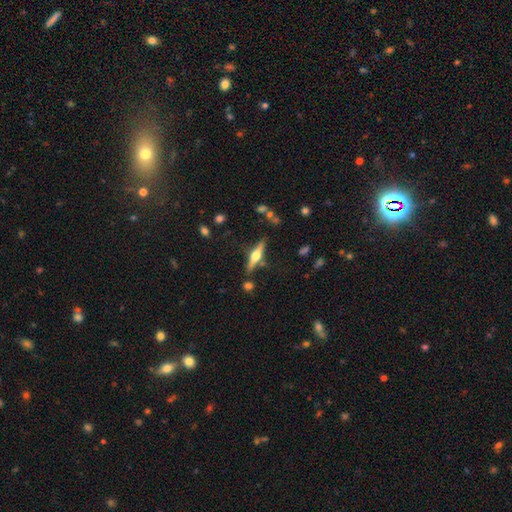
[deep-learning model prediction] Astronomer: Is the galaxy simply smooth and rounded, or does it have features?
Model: featured or disk — 69%.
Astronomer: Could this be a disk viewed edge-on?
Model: yes — 96%.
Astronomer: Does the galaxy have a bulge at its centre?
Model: rounded — 93%.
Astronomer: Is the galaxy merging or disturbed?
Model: none — 81%.